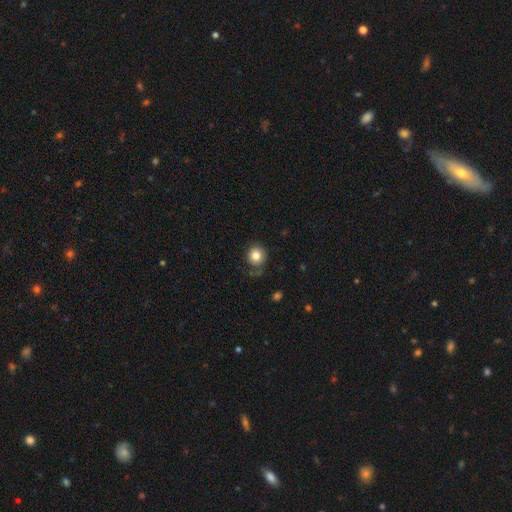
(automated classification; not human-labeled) smooth 82%, star or artifact 9%, featured or disk 9%. Down the decision tree: how rounded — round (86%); merging — none (71%).